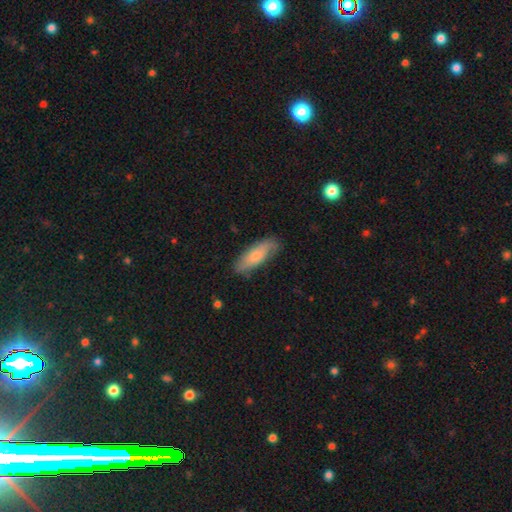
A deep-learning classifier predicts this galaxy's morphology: A smooth galaxy with no disk features (70%) that is in between round and cigar-shaped (59%).

Vote fractions:
- Smooth or featured? smooth: 70% / featured or disk: 25% / star or artifact: 6%
- How rounded? in between: 59% / cigar-shaped: 39% / round: 2%
- Merging? none: 78% / minor disturbance: 18% / major disturbance: 3% / merger: 1%